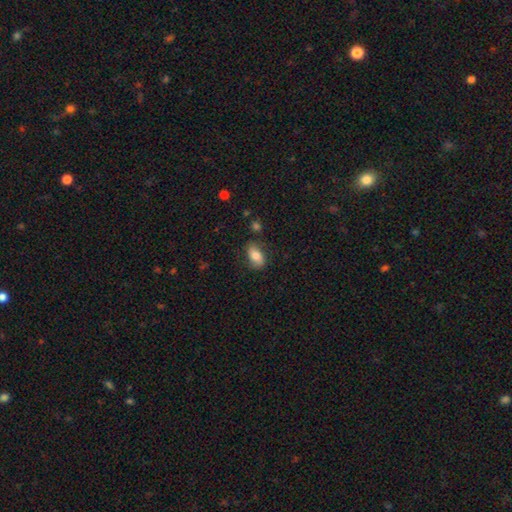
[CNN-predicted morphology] A smooth galaxy with no disk features (78%) that is in between round and cigar-shaped (89%). Merging: none (76%).